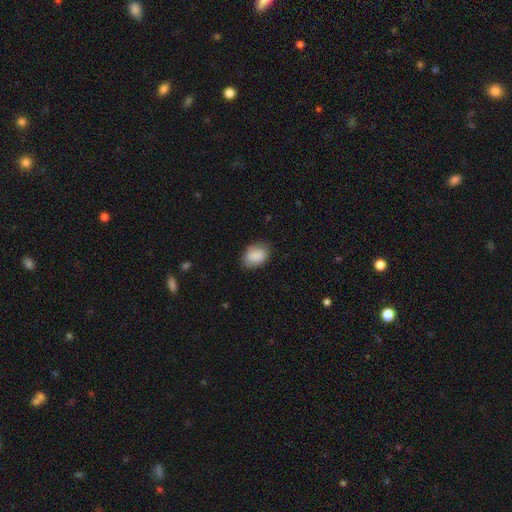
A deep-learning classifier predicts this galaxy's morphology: A smooth galaxy with no disk features (88%) that is in between round and cigar-shaped (76%). Merging: none (79%).